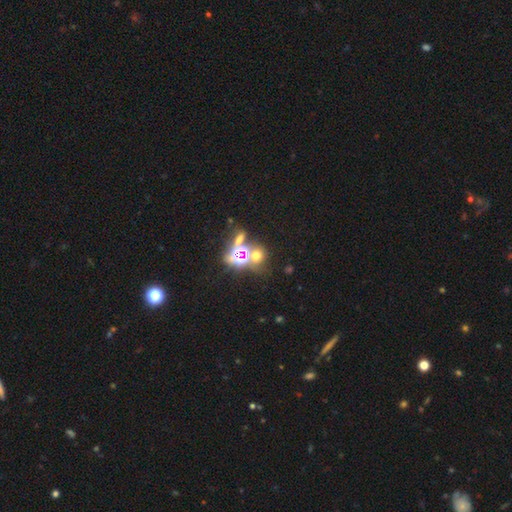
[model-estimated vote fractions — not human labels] smooth_or_featured: star or artifact (p=0.50) [alt: smooth p=0.41]